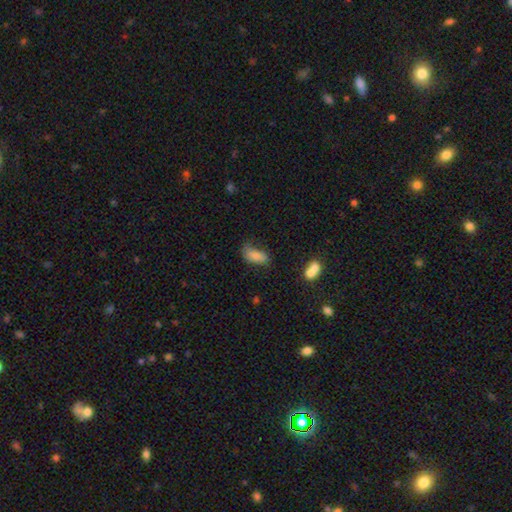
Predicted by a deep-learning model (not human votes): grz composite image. It shows a smooth galaxy with no disk features (80%) that is in between round and cigar-shaped (90%). Merging: none (46%).